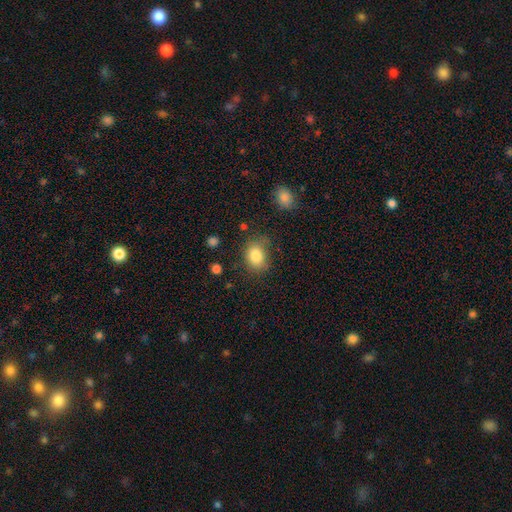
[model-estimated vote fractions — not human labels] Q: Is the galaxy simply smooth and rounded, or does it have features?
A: smooth — 83%.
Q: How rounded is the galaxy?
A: in between — 58%.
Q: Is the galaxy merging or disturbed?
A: none — 68%.